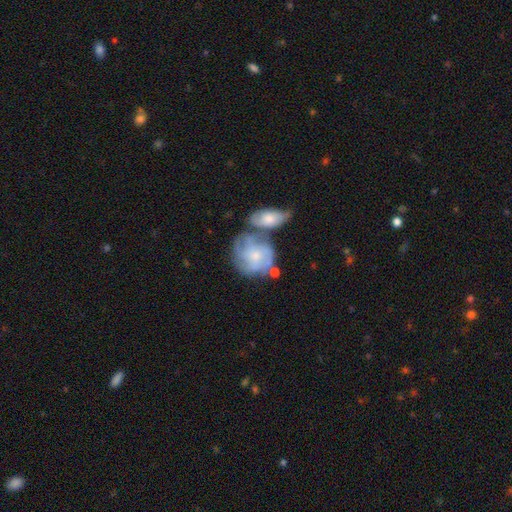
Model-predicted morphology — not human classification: A featured or disk galaxy (60%) with no bar (76%), spiral arms (76%) and a small central bulge (53%). Merging: none (39%).